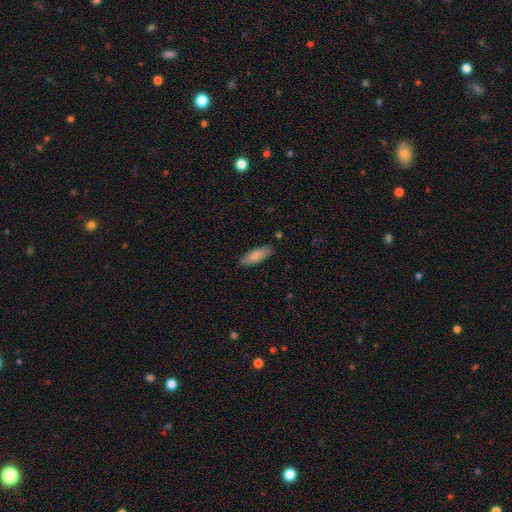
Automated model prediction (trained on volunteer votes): A smooth galaxy with no disk features (84%) that is in between round and cigar-shaped (60%). Merging: none (85%).